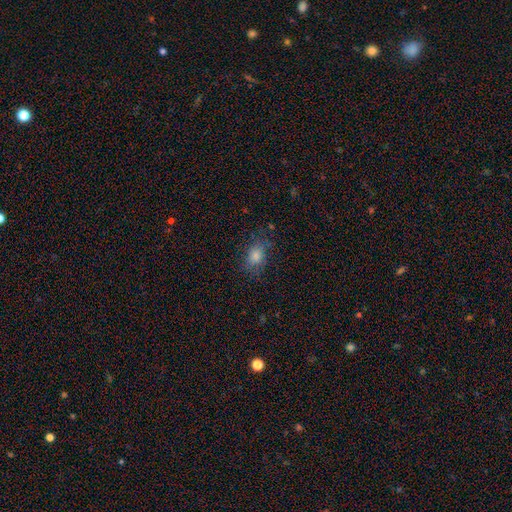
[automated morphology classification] smooth-or-featured: smooth: 76% | star or artifact: 15% | featured or disk: 9%
  how-rounded: in between: 69% | round: 29% | cigar-shaped: 2%
  merging: none: 76% | minor disturbance: 16% | major disturbance: 6% | merger: 1%